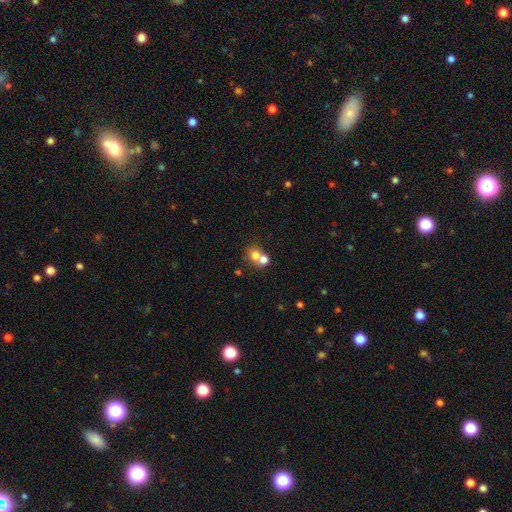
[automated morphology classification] This is likely a smooth galaxy (70%). How rounded: likely round (76%). Merging: possibly merger (54%).